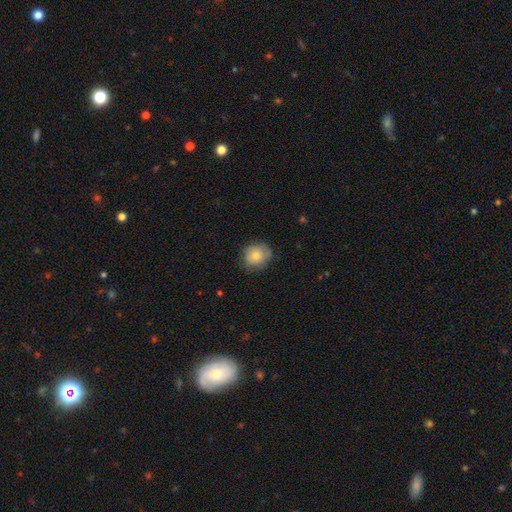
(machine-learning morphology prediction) A smooth galaxy with no disk features (75%) that is round (78%). Merging: none (73%).